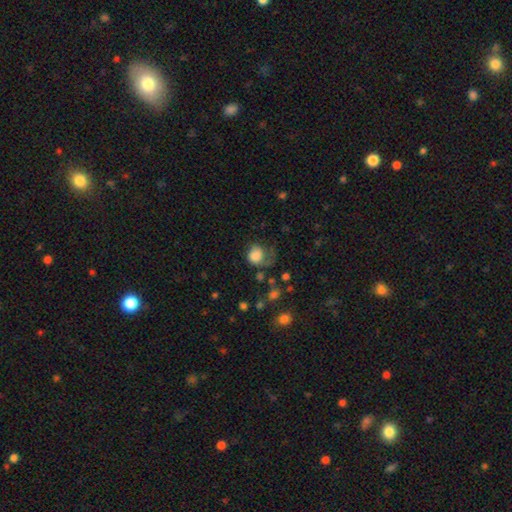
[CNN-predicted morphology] Smooth or featured?
  - smooth: 70% *
  - featured or disk: 21%
  - star or artifact: 9%
How rounded?
  - round: 63% *
  - in between: 36%
  - cigar-shaped: 1%
Merging?
  - major disturbance: 43% *
  - none: 29%
  - minor disturbance: 24%
  - merger: 4%